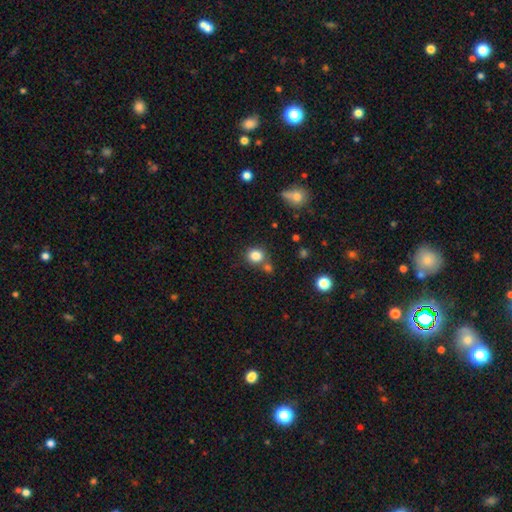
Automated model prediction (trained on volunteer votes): Overall: smooth (84%). How rounded: round (81%). Merging: none (68%).